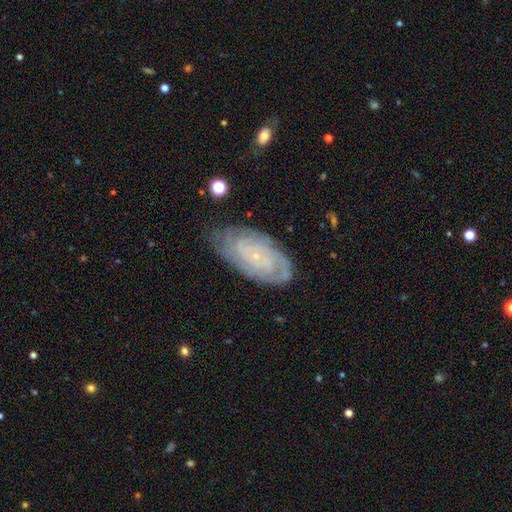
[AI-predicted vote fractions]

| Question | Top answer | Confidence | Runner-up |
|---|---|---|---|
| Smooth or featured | featured or disk | 76% | smooth (16%) |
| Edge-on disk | no | 94% | yes (6%) |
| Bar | no | 72% | weak (23%) |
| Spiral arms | yes | 94% | no (6%) |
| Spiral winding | tight | 75% | medium (21%) |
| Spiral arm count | can't tell | 40% | 2 (21%) |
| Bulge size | small | 83% | none (8%) |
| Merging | none | 74% | minor disturbance (20%) |